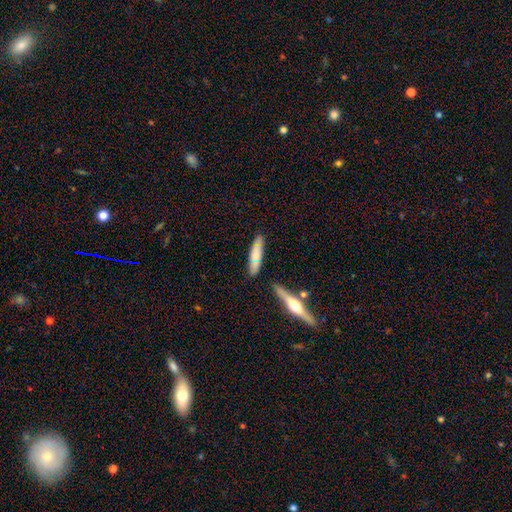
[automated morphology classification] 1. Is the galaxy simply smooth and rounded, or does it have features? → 71% smooth, 24% featured or disk, 6% star or artifact.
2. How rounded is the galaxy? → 79% cigar-shaped, 20% in between, 1% round.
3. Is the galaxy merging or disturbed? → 77% none, 13% minor disturbance, 7% merger, 3% major disturbance.